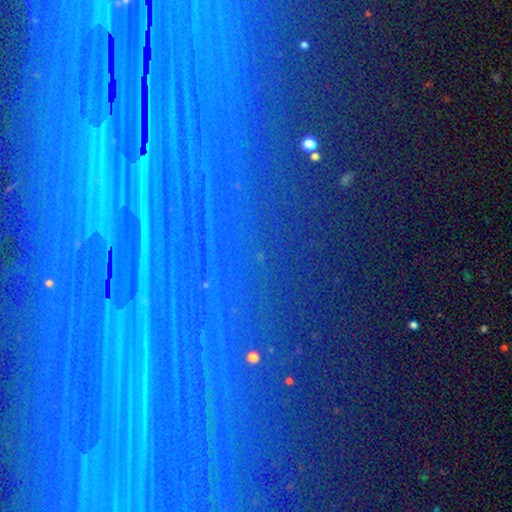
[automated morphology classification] This is clearly a star or artifact rather than a galaxy (82%).